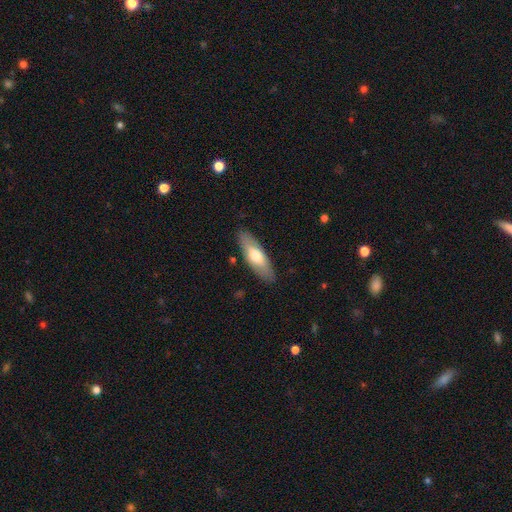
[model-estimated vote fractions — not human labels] Smooth or featured?
  - smooth: 63% *
  - featured or disk: 31%
  - star or artifact: 5%
How rounded?
  - in between: 57% *
  - cigar-shaped: 41%
  - round: 2%
Merging?
  - none: 86% *
  - minor disturbance: 11%
  - major disturbance: 2%
  - merger: 1%